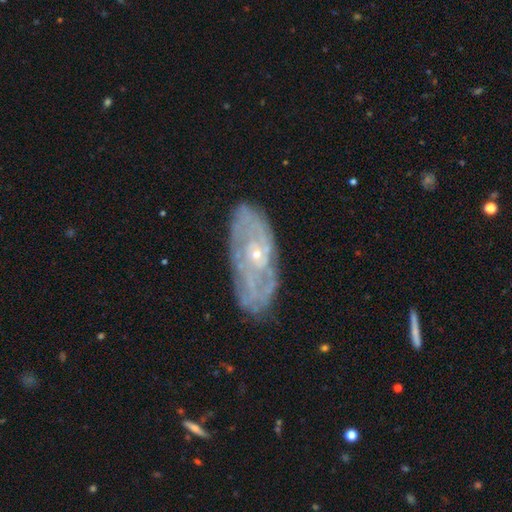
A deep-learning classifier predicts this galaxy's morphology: Smooth or featured? Predicted: featured or disk (p=0.75). Edge-on disk? Predicted: no (p=0.88). Bar? Predicted: no (p=0.73). Spiral arms? Predicted: yes (p=0.74). Bulge size? Predicted: small (p=0.76). Merging? Predicted: none (p=0.78).